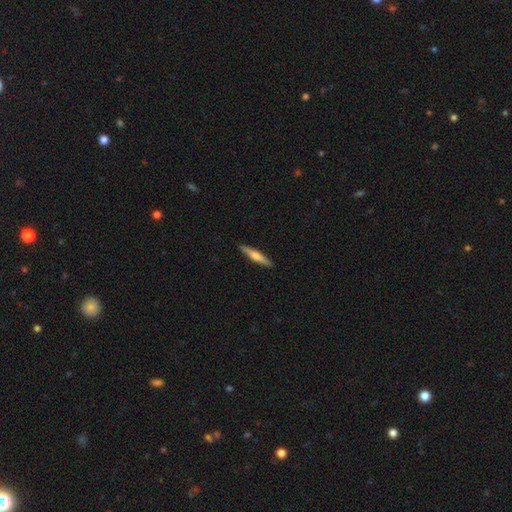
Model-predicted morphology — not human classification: A smooth galaxy with no disk features (52%) that is cigar-shaped (90%). Merging: none (91%).